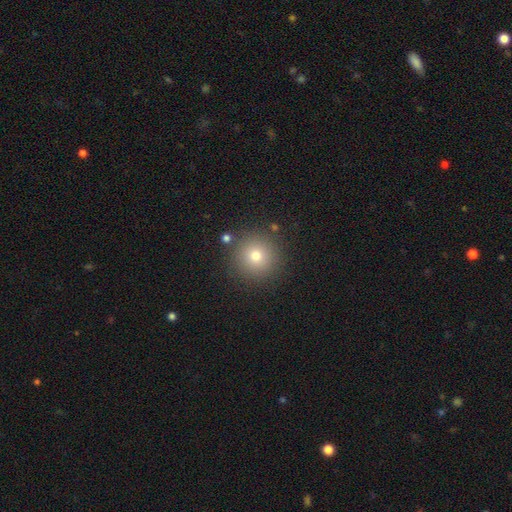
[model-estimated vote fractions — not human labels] Smooth or featured?
  - smooth: 74% *
  - star or artifact: 16%
  - featured or disk: 10%
How rounded?
  - round: 96% *
  - in between: 3%
  - cigar-shaped: 1%
Merging?
  - none: 88% *
  - minor disturbance: 6%
  - merger: 3%
  - major disturbance: 2%